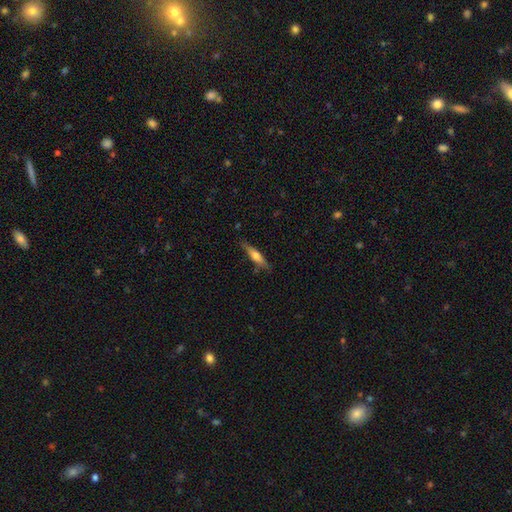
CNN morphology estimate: The model was most divided on "smooth or featured": featured or disk: 48%, smooth: 46%, star or artifact: 6%. More confident: merging — none (82%).